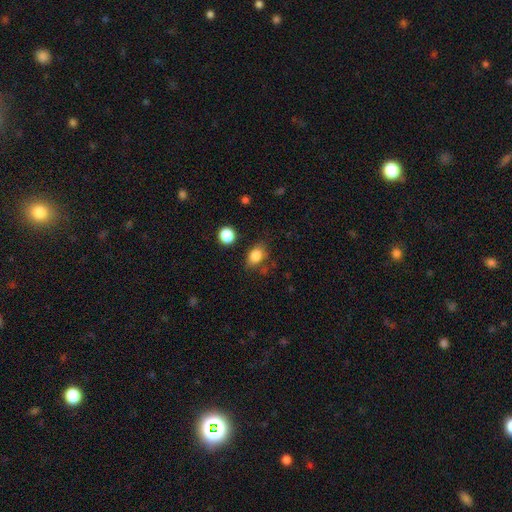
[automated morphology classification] smooth-or-featured: smooth: 83% | star or artifact: 10% | featured or disk: 7%
  how-rounded: in between: 73% | round: 26% | cigar-shaped: 1%
  merging: none: 73% | minor disturbance: 17% | major disturbance: 5% | merger: 5%